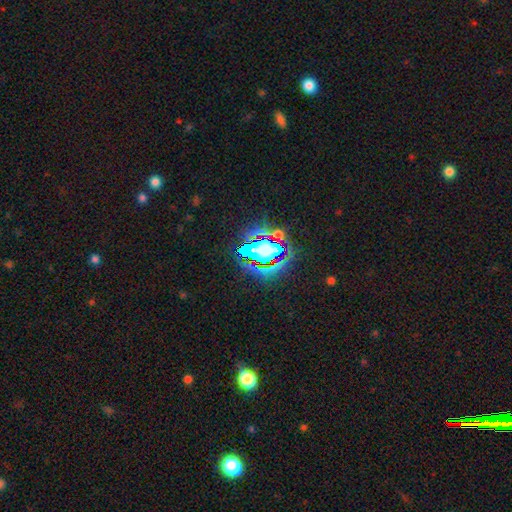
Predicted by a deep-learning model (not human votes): Smooth or featured?
  - star or artifact: 77% *
  - smooth: 13%
  - featured or disk: 10%